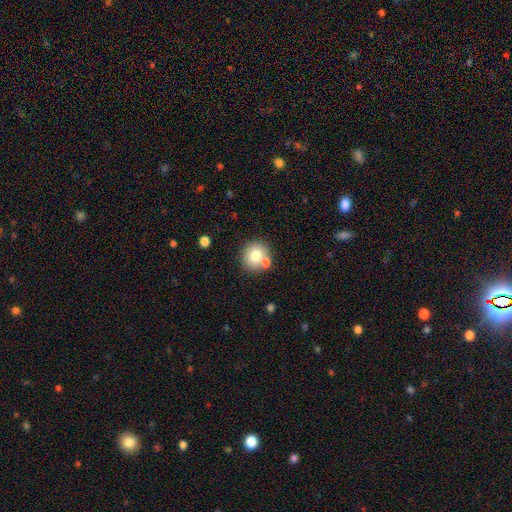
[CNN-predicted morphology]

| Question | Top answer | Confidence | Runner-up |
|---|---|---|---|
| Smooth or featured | smooth | 74% | featured or disk (15%) |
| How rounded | round | 88% | in between (11%) |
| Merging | none | 66% | merger (22%) |